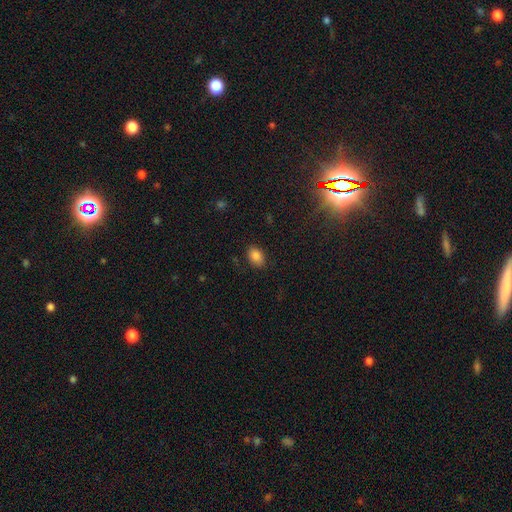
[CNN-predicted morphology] Smooth or featured? smooth (85%)
How rounded? in between (84%)
Merging? none (85%)